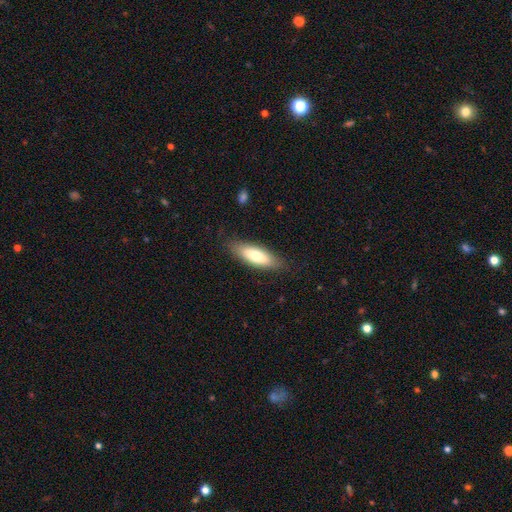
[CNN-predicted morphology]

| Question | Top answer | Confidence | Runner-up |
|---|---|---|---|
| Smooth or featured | smooth | 72% | featured or disk (22%) |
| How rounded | in between | 61% | cigar-shaped (37%) |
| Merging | none | 83% | minor disturbance (13%) |